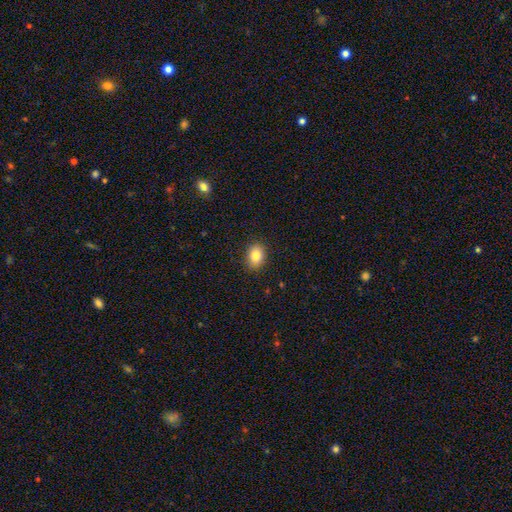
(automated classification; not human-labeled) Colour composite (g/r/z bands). It shows a smooth galaxy with no disk features (84%) that is in between round and cigar-shaped (66%). Merging: none (89%).